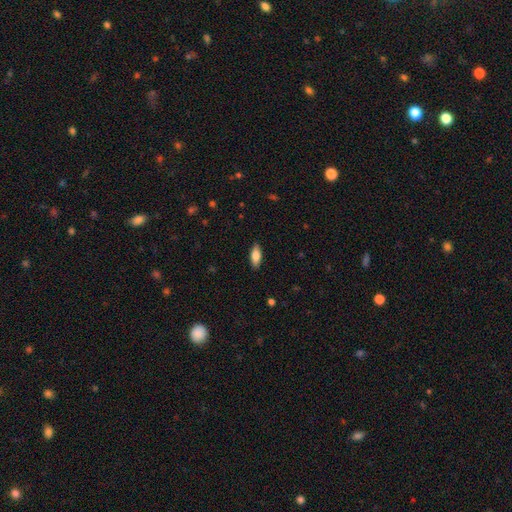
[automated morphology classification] Smooth or featured: smooth — 79% (featured or disk — 14%)
How rounded: in between — 77% (cigar-shaped — 21%)
Merging: none — 88% (minor disturbance — 9%)